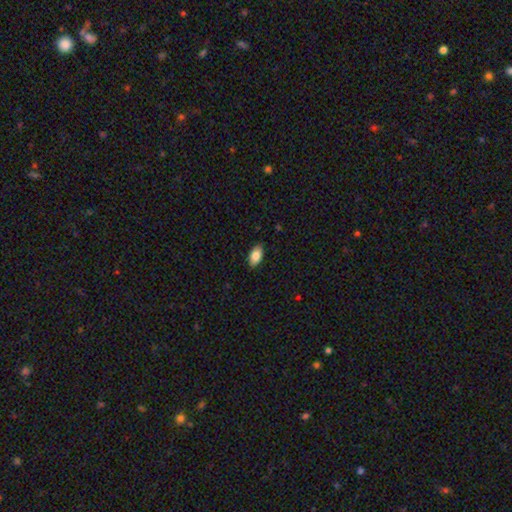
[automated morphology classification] A smooth galaxy with no disk features (85%) that is in between round and cigar-shaped (93%). Merging: none (88%).